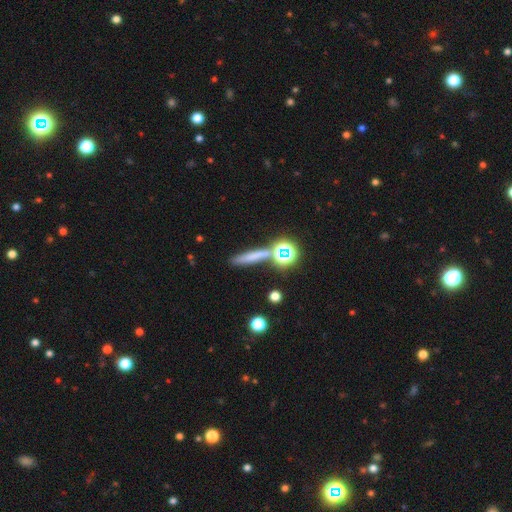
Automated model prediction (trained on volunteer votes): smooth 59%, star or artifact 22%, featured or disk 19%. Down the decision tree: how rounded — cigar-shaped (75%); merging — none (74%).